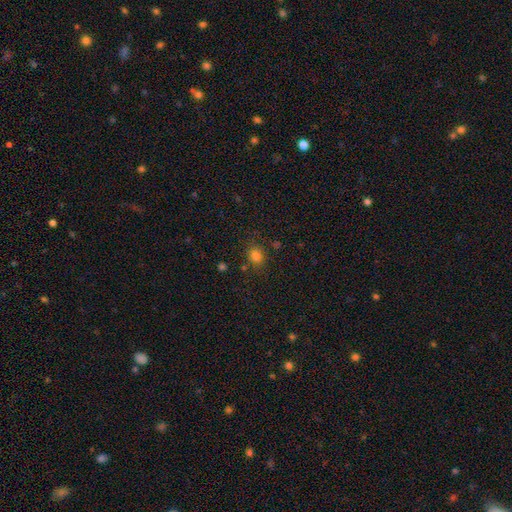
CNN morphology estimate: The model was most divided on "how rounded": round: 63%, in between: 36%, cigar-shaped: 1%. More confident: smooth or featured — smooth (80%); merging — none (78%).